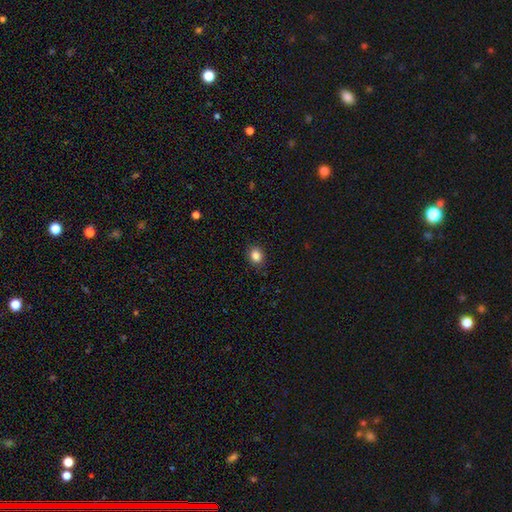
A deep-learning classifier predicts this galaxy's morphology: This appears to be a smooth galaxy with no disk features (85%) that is round (61%). Merging: none (89%).